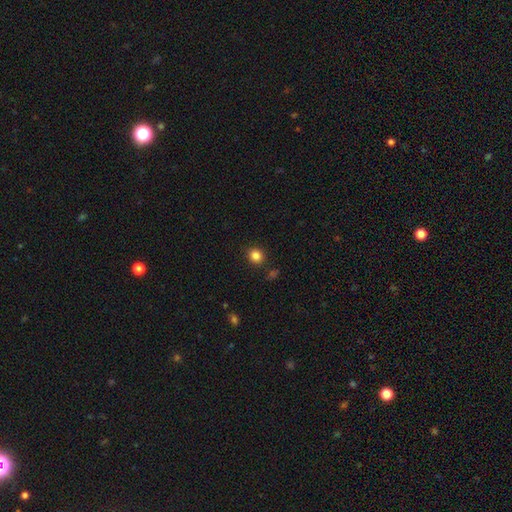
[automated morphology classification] A smooth galaxy with no disk features (85%) that is round (86%). Merging: none (88%).